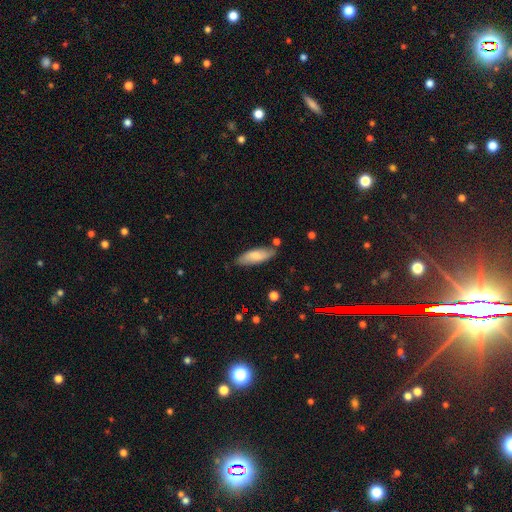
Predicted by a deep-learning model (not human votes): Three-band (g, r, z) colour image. It shows a smooth galaxy with no disk features (78%) that is in between round and cigar-shaped (57%). Merging: none (78%).